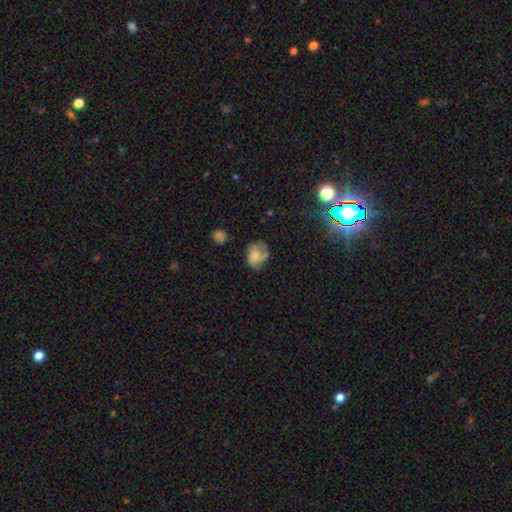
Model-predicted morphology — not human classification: This appears to be a smooth galaxy with no disk features (59%) that is in between round and cigar-shaped (52%). Merging: none (48%).